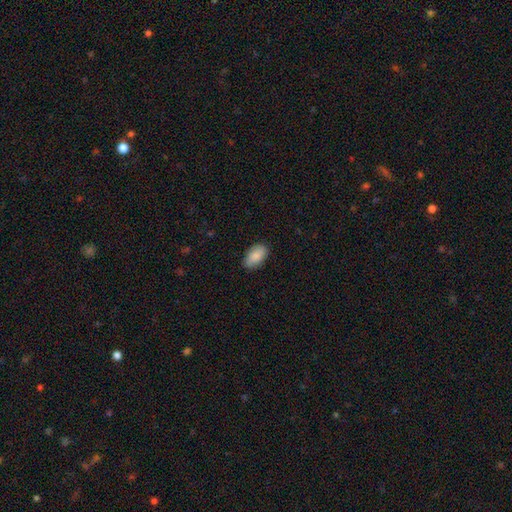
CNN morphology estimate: A smooth galaxy with no disk features (88%) that is in between round and cigar-shaped (94%). Merging: none (84%).